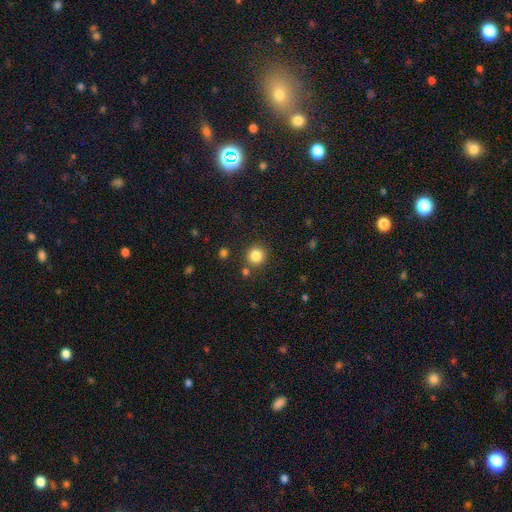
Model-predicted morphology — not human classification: A smooth galaxy with no disk features (84%) that is round (93%).

Vote fractions:
- Smooth or featured? smooth: 84% / star or artifact: 11% / featured or disk: 4%
- How rounded? round: 93% / in between: 6% / cigar-shaped: 1%
- Merging? none: 86% / minor disturbance: 6% / merger: 5% / major disturbance: 3%